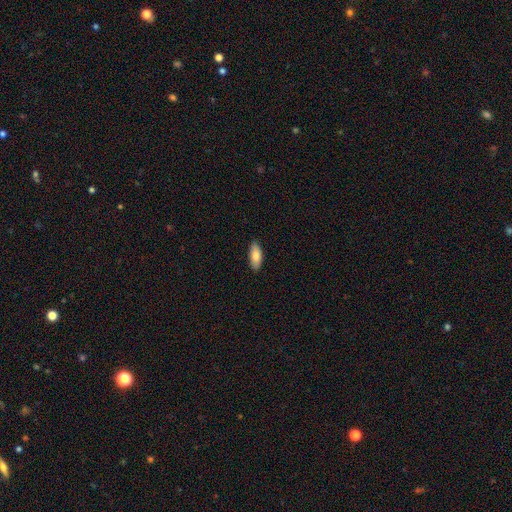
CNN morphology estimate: A smooth galaxy with no disk features (83%) that is in between round and cigar-shaped (80%).

Vote fractions:
- Smooth or featured? smooth: 83% / featured or disk: 11% / star or artifact: 6%
- How rounded? in between: 80% / cigar-shaped: 18% / round: 2%
- Merging? none: 88% / minor disturbance: 10% / major disturbance: 2% / merger: 1%